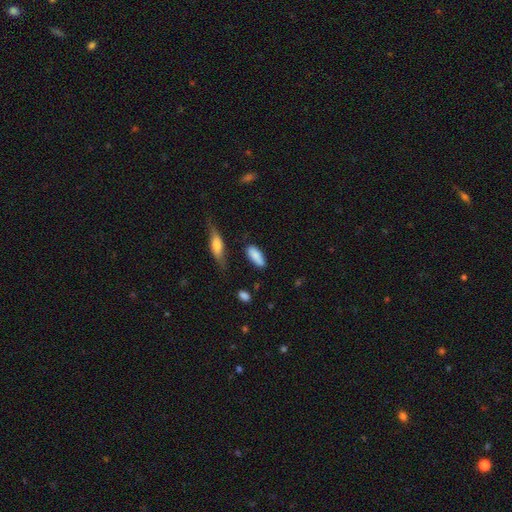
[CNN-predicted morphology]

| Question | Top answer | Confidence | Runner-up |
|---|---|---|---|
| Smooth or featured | smooth | 85% | featured or disk (8%) |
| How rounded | in between | 79% | cigar-shaped (19%) |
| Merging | none | 69% | minor disturbance (21%) |